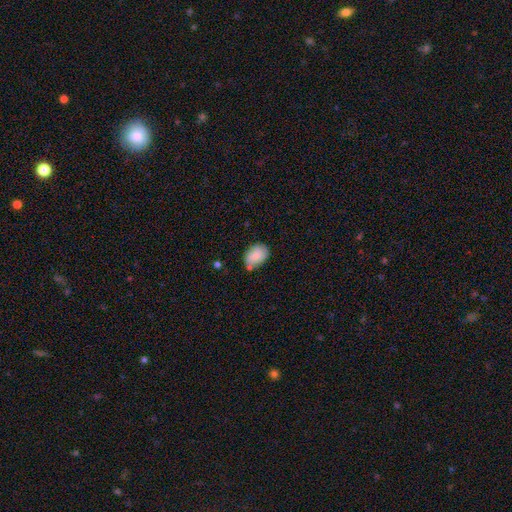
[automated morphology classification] A smooth galaxy with no disk features (81%) that is in between round and cigar-shaped (74%). Merging: none (57%).